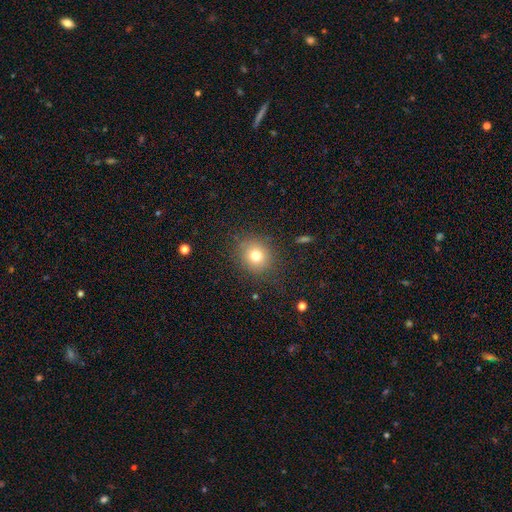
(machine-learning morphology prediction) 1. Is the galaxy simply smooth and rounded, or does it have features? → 76% smooth, 13% star or artifact, 11% featured or disk.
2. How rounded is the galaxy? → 80% round, 19% in between, 1% cigar-shaped.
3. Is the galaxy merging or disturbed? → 85% none, 10% minor disturbance, 4% major disturbance, 1% merger.